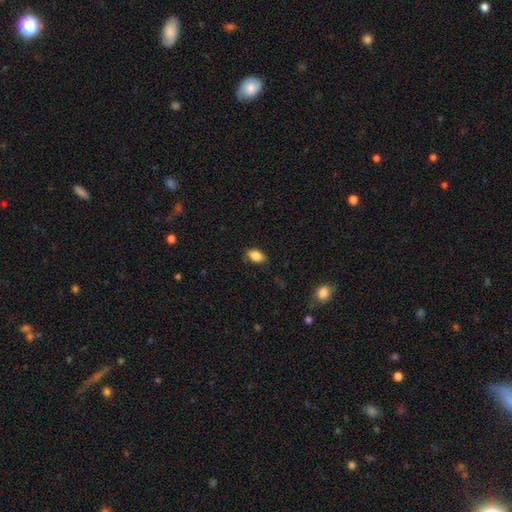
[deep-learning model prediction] This is clearly a smooth galaxy (86%). How rounded: clearly in between (88%). Merging: likely none (77%).